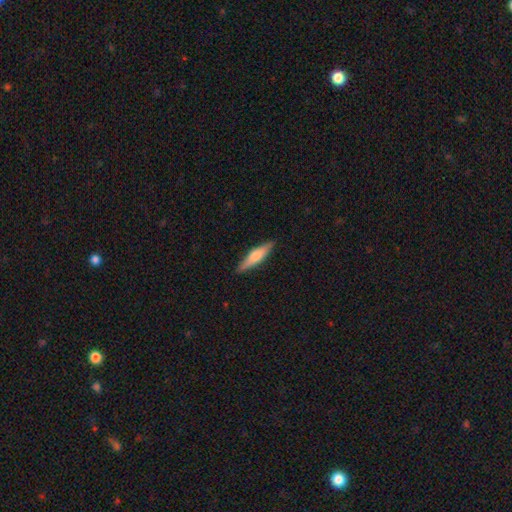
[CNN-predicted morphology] smooth-or-featured: smooth: 55% | featured or disk: 40% | star or artifact: 6%
  how-rounded: cigar-shaped: 76% | in between: 22% | round: 2%
  merging: none: 88% | minor disturbance: 9% | major disturbance: 2% | merger: 1%